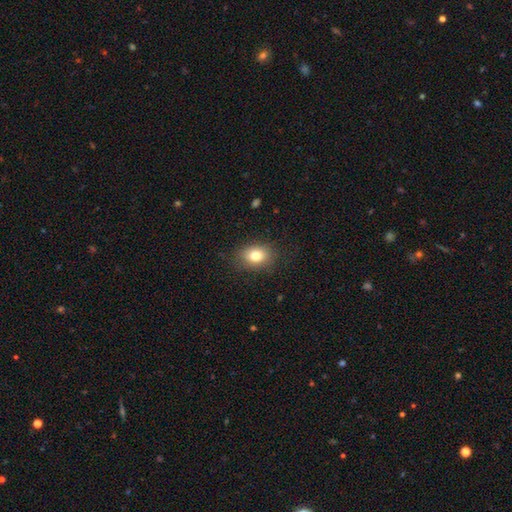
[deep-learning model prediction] smooth_or_featured: smooth (p=0.80) [alt: star or artifact p=0.10]
how_rounded: in between (p=0.66) [alt: round p=0.33]
merging: none (p=0.83) [alt: minor disturbance p=0.12]